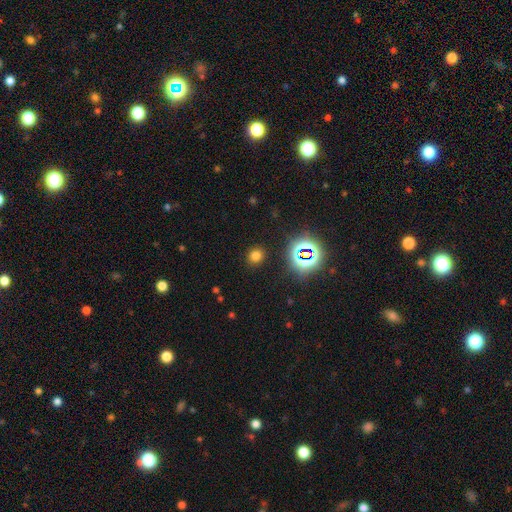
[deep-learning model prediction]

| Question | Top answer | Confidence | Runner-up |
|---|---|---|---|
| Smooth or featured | smooth | 69% | star or artifact (25%) |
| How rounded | round | 80% | in between (19%) |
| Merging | none | 88% | minor disturbance (7%) |